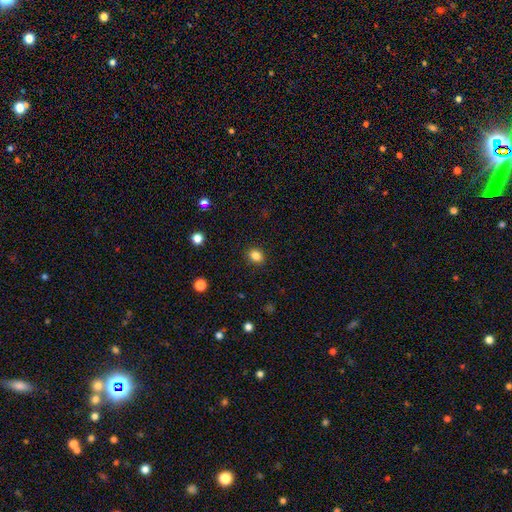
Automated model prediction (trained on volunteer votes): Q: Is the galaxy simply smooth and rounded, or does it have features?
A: smooth — 84%.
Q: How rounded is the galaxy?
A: round — 52%.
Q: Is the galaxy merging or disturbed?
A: none — 89%.